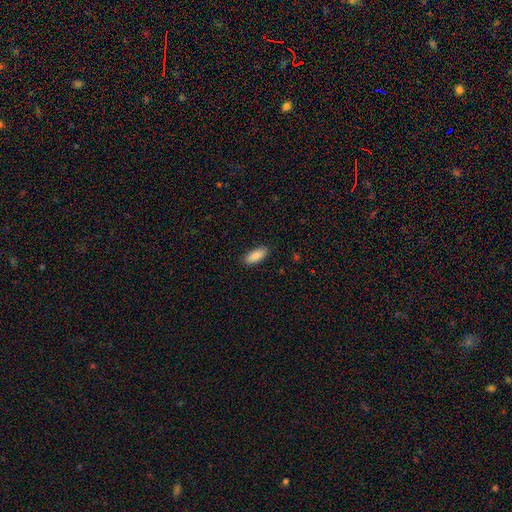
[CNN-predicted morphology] smooth_or_featured: smooth (p=0.89) [alt: star or artifact p=0.06]
how_rounded: in between (p=0.82) [alt: cigar-shaped p=0.17]
merging: none (p=0.89) [alt: minor disturbance p=0.08]